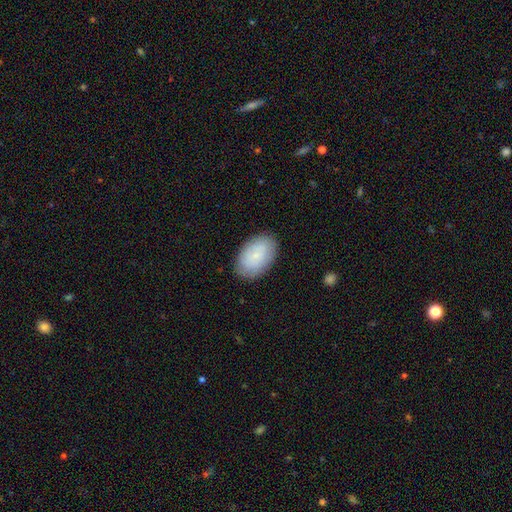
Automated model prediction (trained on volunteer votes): A smooth galaxy with no disk features (75%) that is in between round and cigar-shaped (92%). Merging: none (84%).